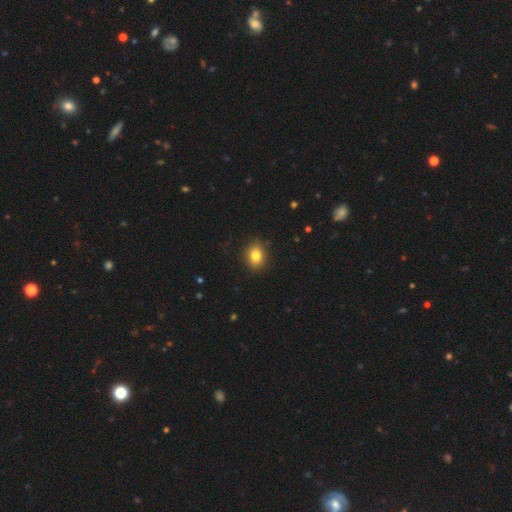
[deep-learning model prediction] Smooth or featured?
  - smooth: 82% *
  - star or artifact: 10%
  - featured or disk: 7%
How rounded?
  - round: 49% * (tied)
  - in between: 49% * (tied)
  - cigar-shaped: 1%
Merging?
  - none: 88% *
  - minor disturbance: 9%
  - major disturbance: 2%
  - merger: 1%